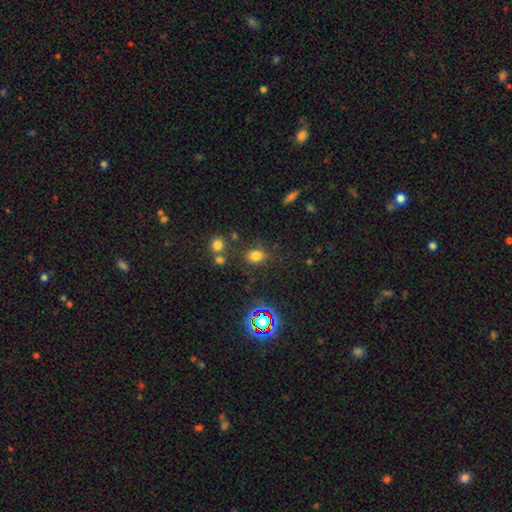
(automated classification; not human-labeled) This appears to be a smooth galaxy with no disk features (73%) that is in between round and cigar-shaped (55%). Merging: none (75%).